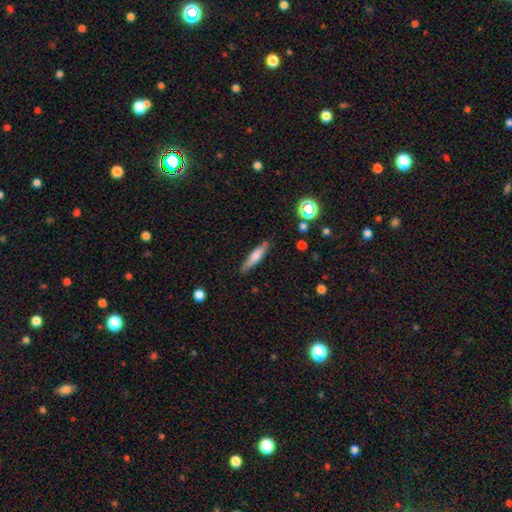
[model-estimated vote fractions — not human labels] Smooth or featured? smooth (71%)
How rounded? cigar-shaped (80%)
Merging? none (82%)